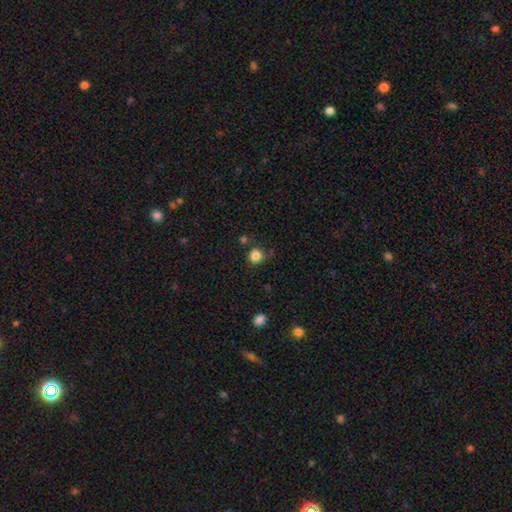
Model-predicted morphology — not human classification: smooth_or_featured: smooth (p=0.84) [alt: star or artifact p=0.12]
how_rounded: round (p=0.88) [alt: in between p=0.11]
merging: none (p=0.77) [alt: minor disturbance p=0.13]